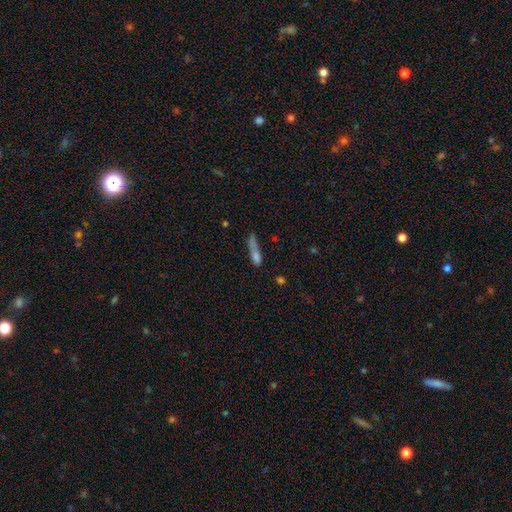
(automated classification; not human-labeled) This is likely a smooth galaxy (67%). How rounded: likely cigar-shaped (70%). Merging: marginally none (41%).